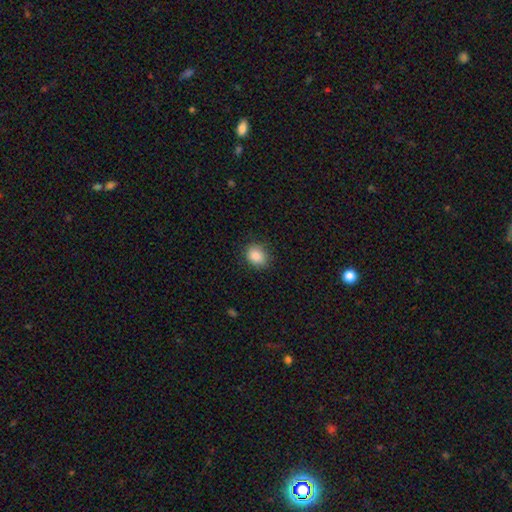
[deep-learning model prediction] Smooth or featured? smooth (86%)
How rounded? round (53%)
Merging? none (85%)